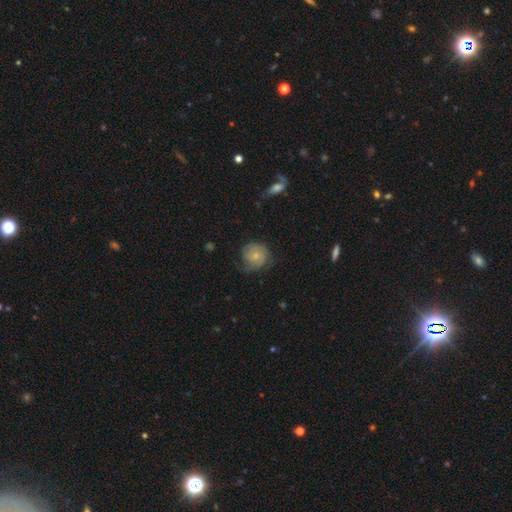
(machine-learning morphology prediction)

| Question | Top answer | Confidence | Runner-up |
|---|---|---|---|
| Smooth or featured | featured or disk | 53% | smooth (39%) |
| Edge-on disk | no | 98% | yes (2%) |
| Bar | no | 77% | weak (20%) |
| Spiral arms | yes | 85% | no (15%) |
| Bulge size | small | 62% | moderate (32%) |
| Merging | none | 61% | minor disturbance (26%) |